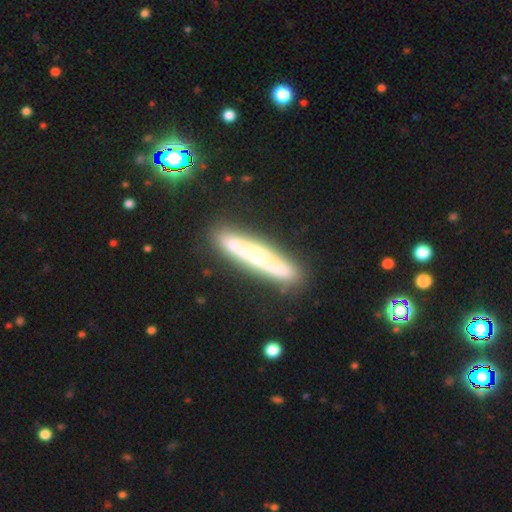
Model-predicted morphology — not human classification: Smooth or featured? Predicted: featured or disk (p=0.45, tied with smooth). Merging? Predicted: none (p=0.83).